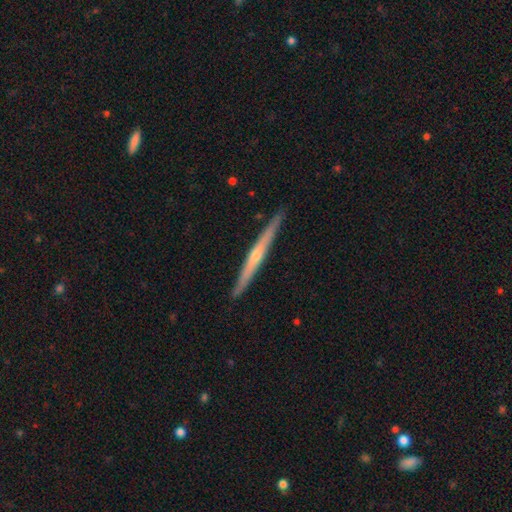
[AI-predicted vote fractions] smooth-or-featured: featured or disk: 68% | smooth: 27% | star or artifact: 5%
  disk-edge-on: yes: 97% | no: 3%
    edge-on-bulge: rounded: 63% | none: 33% | boxy: 4%
  merging: none: 91% | minor disturbance: 7% | major disturbance: 1% | merger: 1%